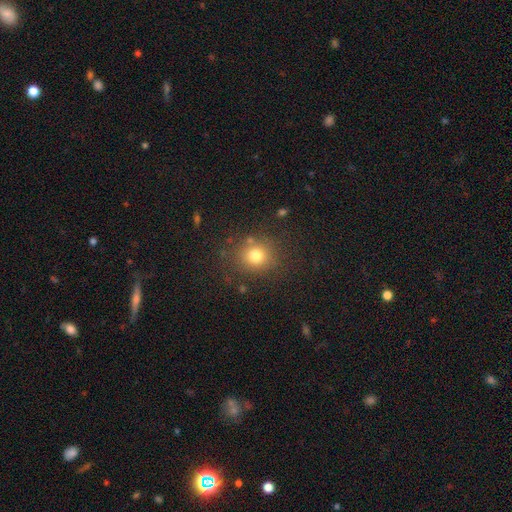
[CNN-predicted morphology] smooth 76%, star or artifact 15%, featured or disk 9%. Down the decision tree: how rounded — round (81%); merging — none (81%).